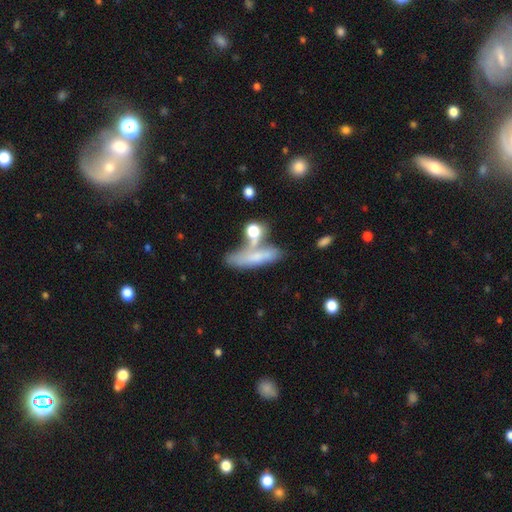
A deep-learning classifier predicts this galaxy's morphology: A smooth galaxy with no disk features (59%) that is cigar-shaped (65%). Merging: none (46%).